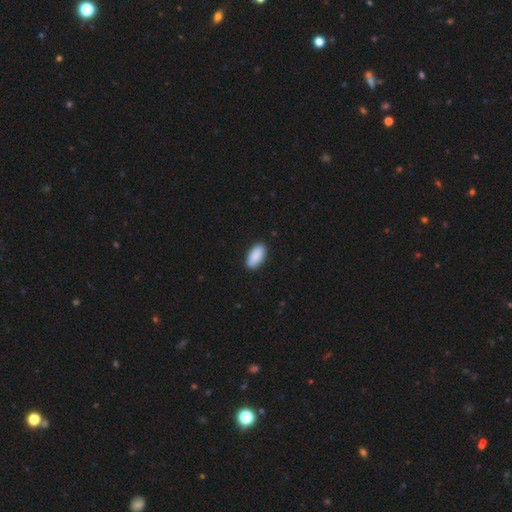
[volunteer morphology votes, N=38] smooth-or-featured: smooth: 95% | featured or disk: 5% | star or artifact: 0%
  how-rounded: in between: 97% | round: 3% | cigar-shaped: 0%
  merging: none: 97% | minor disturbance: 3% | major disturbance: 0% | merger: 0%